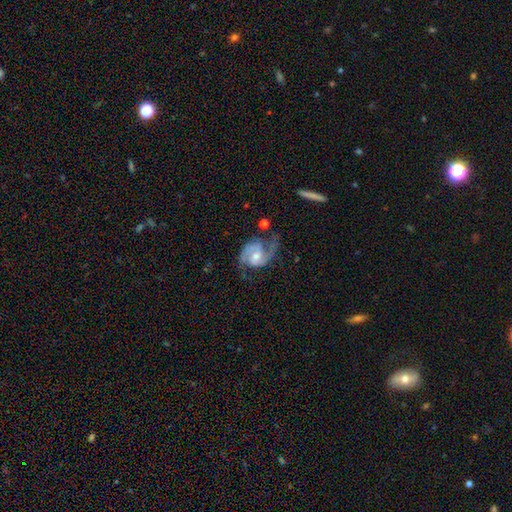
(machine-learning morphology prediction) featured or disk 85%, smooth 10%, star or artifact 6%. Down the decision tree: edge-on disk — no (98%); bar — weak (45%); spiral arms — yes (96%); spiral arm count — 2 (87%); spiral winding — medium (53%); bulge size — moderate (53%); merging — none (56%).